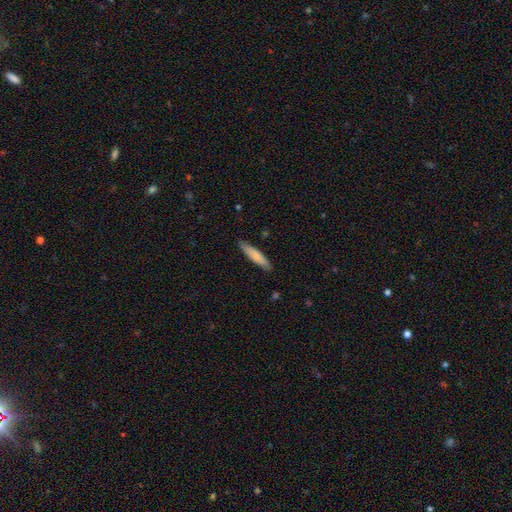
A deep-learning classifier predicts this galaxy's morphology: Smooth or featured?
  - smooth: 77% *
  - featured or disk: 18%
  - star or artifact: 5%
How rounded?
  - cigar-shaped: 84% *
  - in between: 15%
  - round: 1%
Merging?
  - none: 86% *
  - minor disturbance: 12%
  - major disturbance: 2%
  - merger: 1%